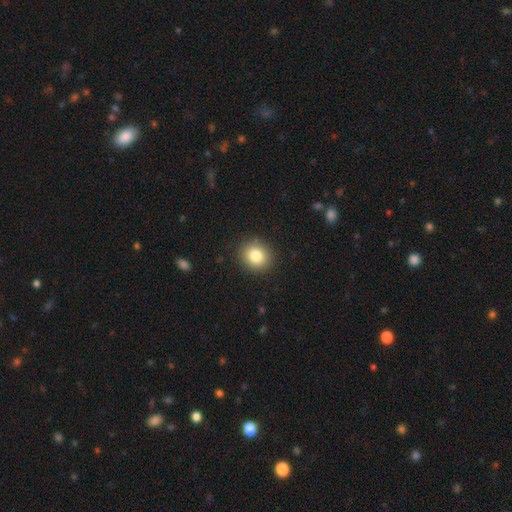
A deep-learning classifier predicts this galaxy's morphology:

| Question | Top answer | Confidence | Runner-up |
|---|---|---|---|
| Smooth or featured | smooth | 82% | star or artifact (10%) |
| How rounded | round | 79% | in between (20%) |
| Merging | none | 90% | minor disturbance (7%) |